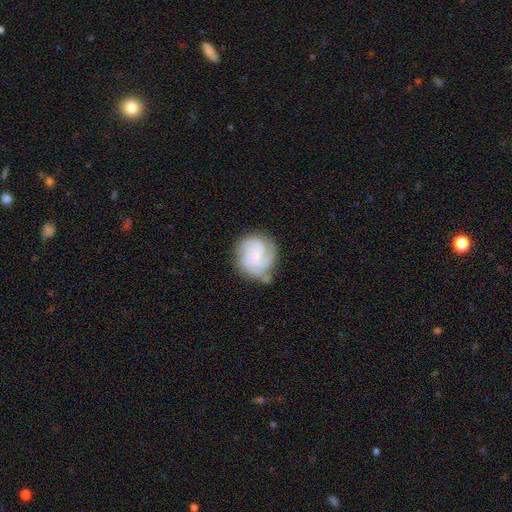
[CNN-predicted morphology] A featured or disk galaxy (82%) with no bar (66%), 3 (51%) tight (61%) spiral arms (97%) and a small central bulge (71%).

Vote fractions:
- Smooth or featured? featured or disk: 82% / smooth: 12% / star or artifact: 6%
- Edge-on disk? no: 98% / yes: 2%
- Bar? no: 66% / weak: 29% / strong: 4%
- Spiral arms? yes: 97% / no: 3%
- Spiral winding? tight: 61% / medium: 33% / loose: 6%
- Spiral arm count? 3: 51% / 2: 18% / can't tell: 14% / 4: 9% / 1: 4% / more than 4: 4%
- Bulge size? small: 71% / moderate: 24% / none: 3% / large: 1% / dominant: 1%
- Merging? none: 66% / minor disturbance: 22% / major disturbance: 8% / merger: 4%